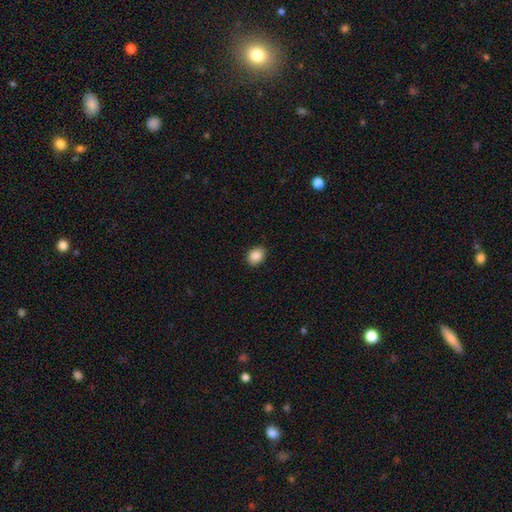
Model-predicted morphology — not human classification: smooth 88%, star or artifact 8%, featured or disk 4%. Down the decision tree: how rounded — in between (51%); merging — none (88%).